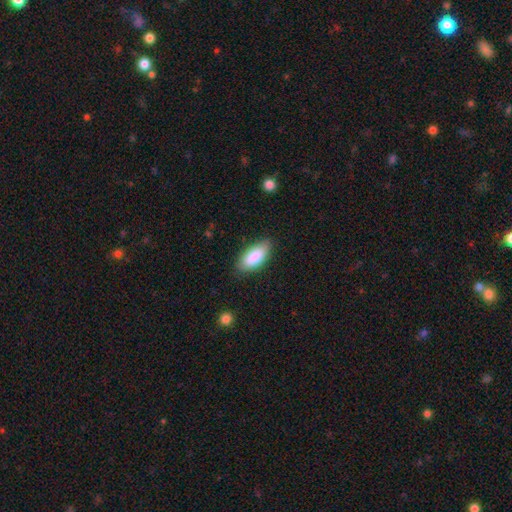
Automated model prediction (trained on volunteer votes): Morphology: type=smooth (84%); roundness=in between (87%); merging=none (83%).